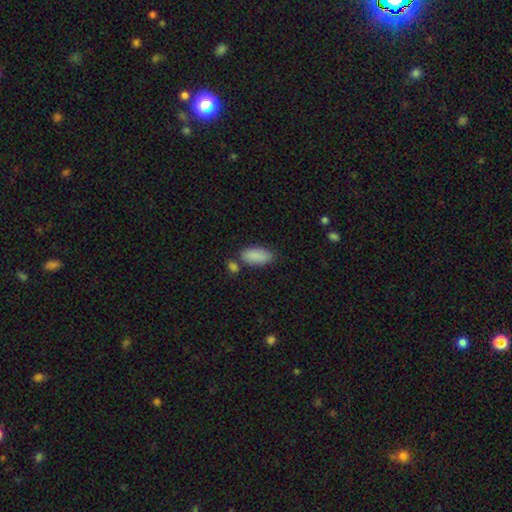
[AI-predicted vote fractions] Smooth or featured? smooth (89%)
How rounded? in between (90%)
Merging? none (70%)